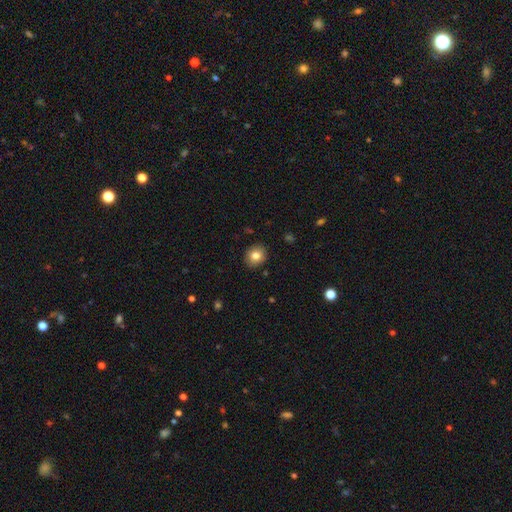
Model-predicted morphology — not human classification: A smooth galaxy with no disk features (81%) that is round (78%). Merging: none (90%).